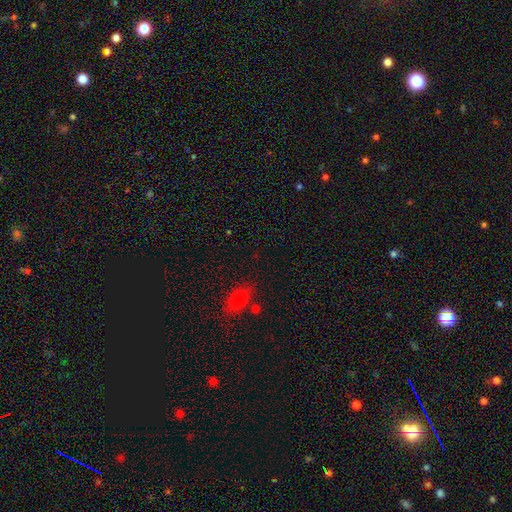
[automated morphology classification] smooth_or_featured: smooth (p=0.56) [alt: star or artifact p=0.36]
how_rounded: in between (p=0.51) [alt: round p=0.42]
merging: none (p=0.73) [alt: minor disturbance p=0.13]